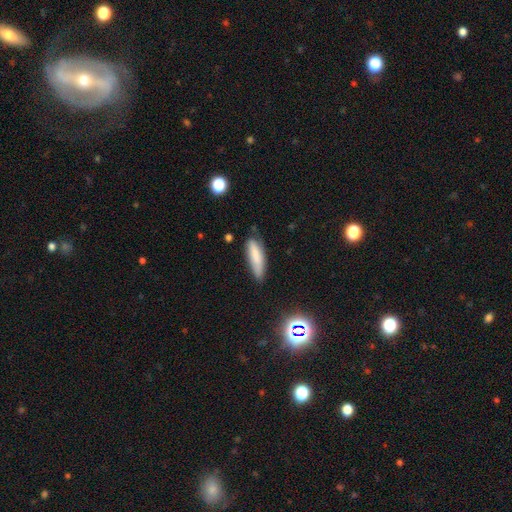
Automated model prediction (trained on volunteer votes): Morphology: type=smooth (76%); roundness=cigar-shaped (58%); merging=none (60%).